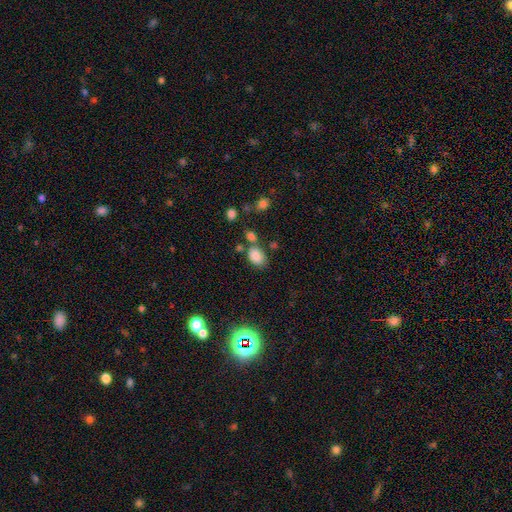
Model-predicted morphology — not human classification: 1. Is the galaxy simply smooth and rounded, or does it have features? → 83% smooth, 10% star or artifact, 7% featured or disk.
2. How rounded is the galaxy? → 80% in between, 19% round, 1% cigar-shaped.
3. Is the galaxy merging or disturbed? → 58% none, 18% merger, 18% minor disturbance, 6% major disturbance.